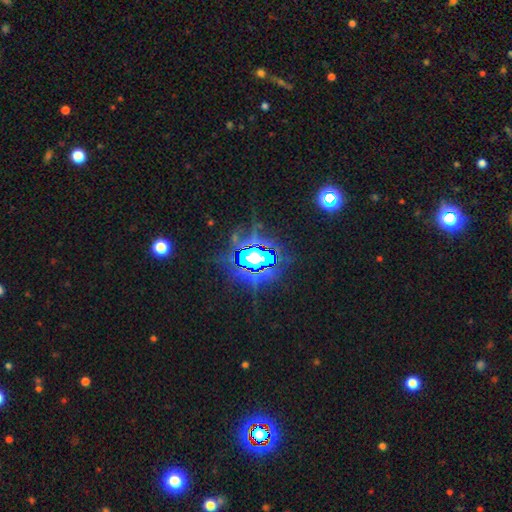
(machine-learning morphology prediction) This appears to be a star or artifact, not a galaxy (82%).